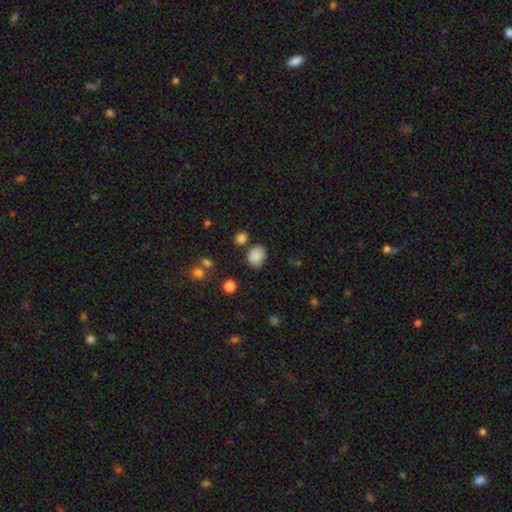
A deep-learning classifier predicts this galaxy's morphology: type=smooth (85%); roundness=in between (53%); merging=none (72%).